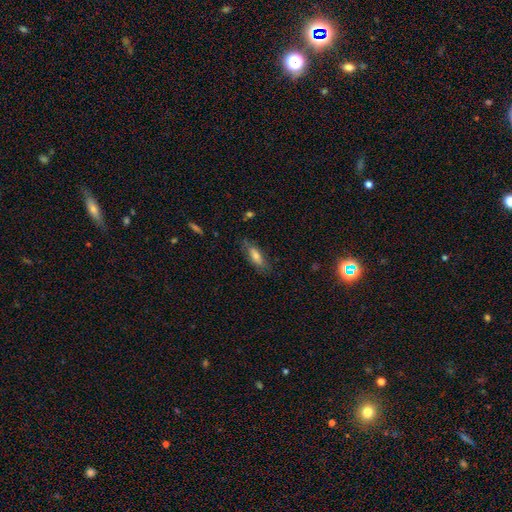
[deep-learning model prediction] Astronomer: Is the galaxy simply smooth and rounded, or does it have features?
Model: smooth — 64%.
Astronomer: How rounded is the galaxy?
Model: in between — 60% (runner-up: cigar-shaped, 38%).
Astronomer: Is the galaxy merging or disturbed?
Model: none — 72%.